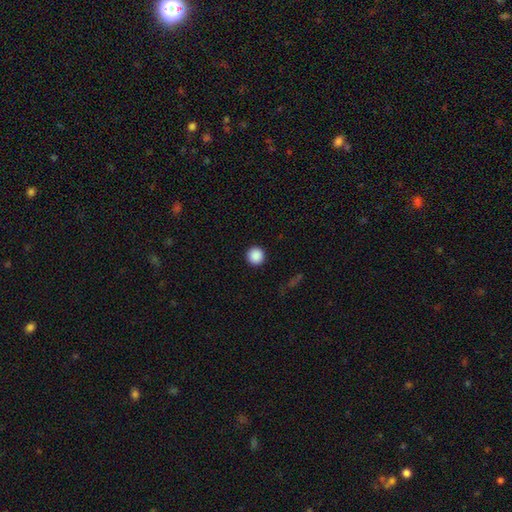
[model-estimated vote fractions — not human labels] A smooth galaxy with no disk features (89%) that is round (96%). Merging: none (93%).